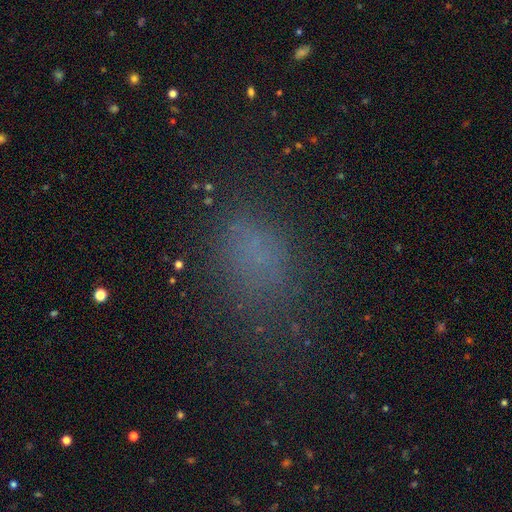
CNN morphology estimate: The model was most divided on "smooth or featured": smooth: 61%, star or artifact: 28%, featured or disk: 11%. More confident: how rounded — in between (77%); merging — none (60%).